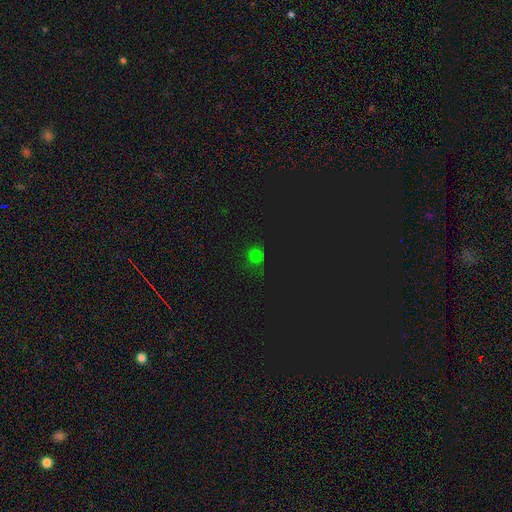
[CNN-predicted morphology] This is possibly a smooth galaxy (54%). How rounded: clearly round (83%). Merging: likely none (72%).